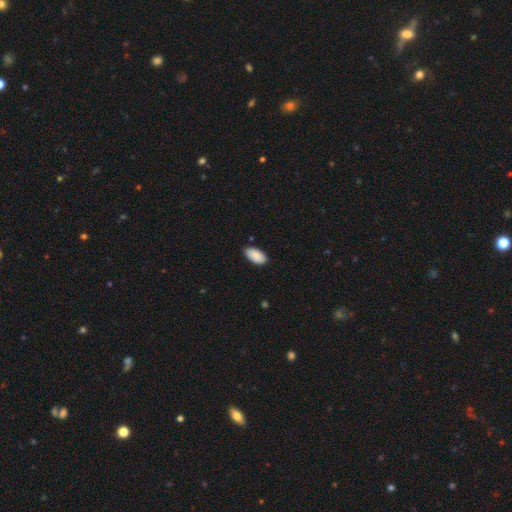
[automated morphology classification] A smooth galaxy with no disk features (90%) that is in between round and cigar-shaped (95%).

Vote fractions:
- Smooth or featured? smooth: 90% / star or artifact: 6% / featured or disk: 4%
- How rounded? in between: 95% / cigar-shaped: 3% / round: 2%
- Merging? none: 84% / minor disturbance: 13% / major disturbance: 2% / merger: 1%